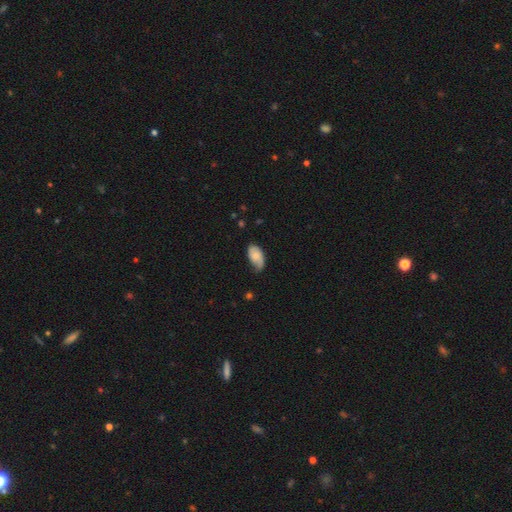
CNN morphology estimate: A smooth galaxy with no disk features (65%) that is in between round and cigar-shaped (94%). Merging: none (52%).